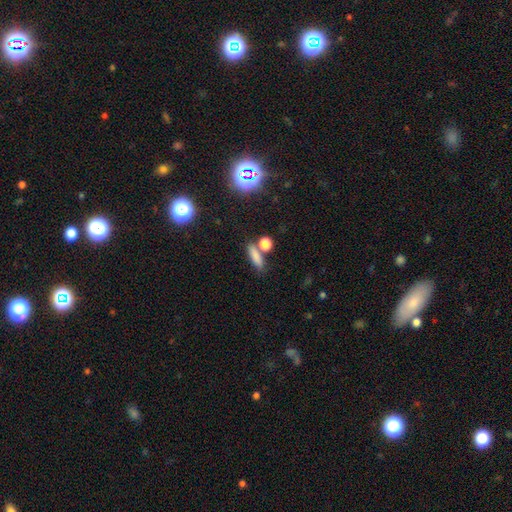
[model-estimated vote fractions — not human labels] This is likely a smooth galaxy (78%). How rounded: possibly cigar-shaped (50%). Merging: likely none (68%).